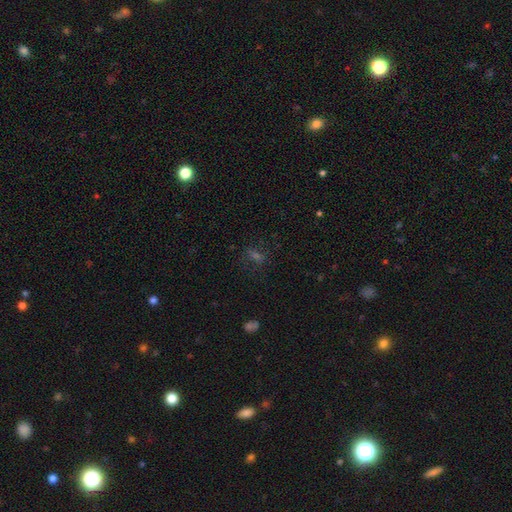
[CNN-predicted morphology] Smooth or featured?
  - smooth: 40% * (tied)
  - star or artifact: 40% * (tied)
  - featured or disk: 20%
Merging?
  - none: 72% *
  - minor disturbance: 15%
  - major disturbance: 11%
  - merger: 2%